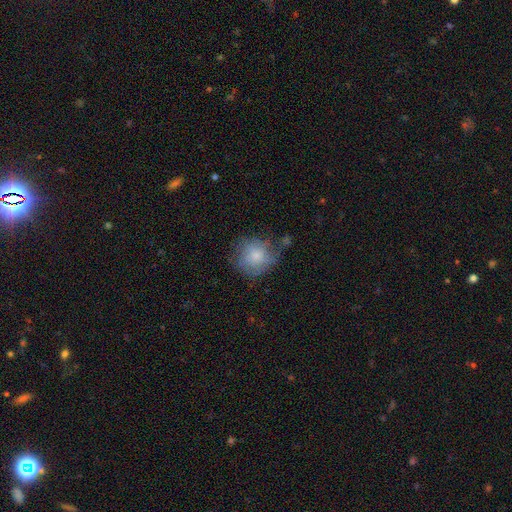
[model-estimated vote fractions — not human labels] Smooth or featured? smooth (67%)
How rounded? round (84%)
Merging? none (48%)